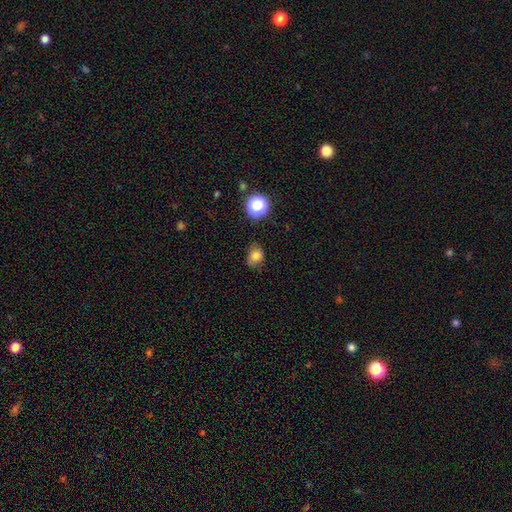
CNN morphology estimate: Smooth or featured? smooth (80%)
How rounded? round (62%)
Merging? none (71%)